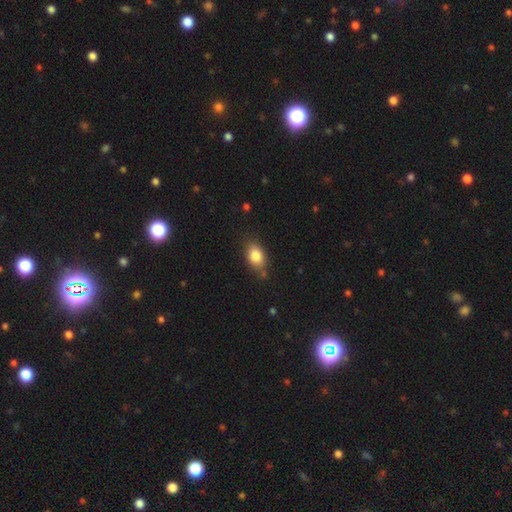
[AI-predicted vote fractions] Overall: smooth (82%). How rounded: in between (82%). Merging: none (74%).